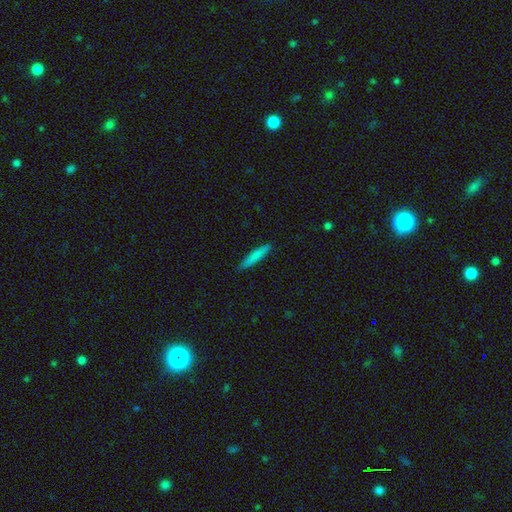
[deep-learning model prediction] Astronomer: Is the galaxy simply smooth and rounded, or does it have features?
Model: smooth — 80%.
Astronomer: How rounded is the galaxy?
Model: cigar-shaped — 91%.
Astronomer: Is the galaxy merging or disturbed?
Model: none — 88%.